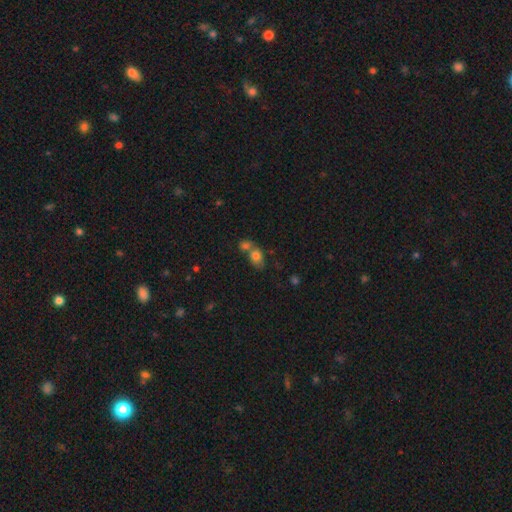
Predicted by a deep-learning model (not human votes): The model was most divided on "merging": none: 44%, merger: 40%, minor disturbance: 10%, major disturbance: 6%. More confident: smooth or featured — smooth (56%); how rounded — in between (54%).